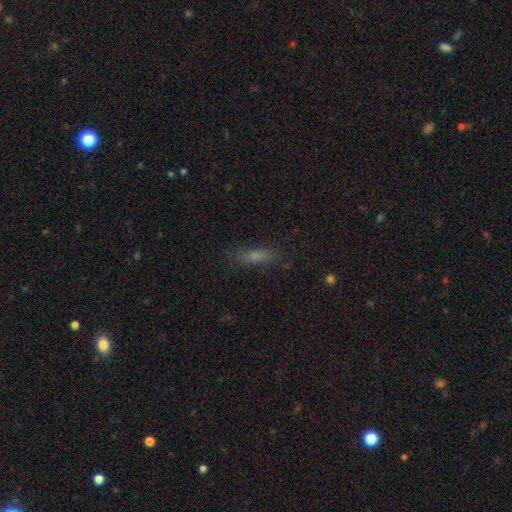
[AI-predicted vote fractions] Overall: smooth (59%; star or artifact 21%). How rounded: cigar-shaped (63%; in between 33%). Merging: none (80%).